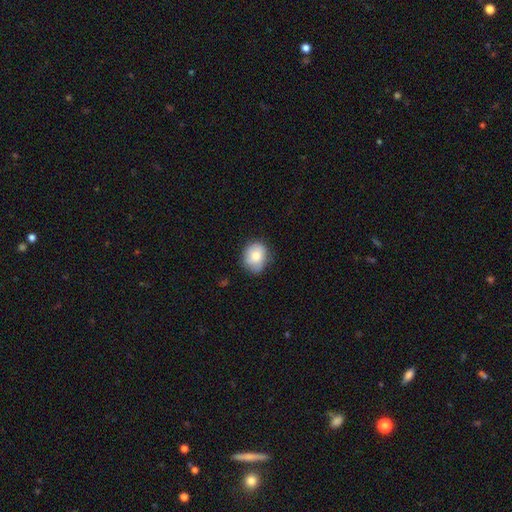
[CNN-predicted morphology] Overall: smooth (77%). How rounded: round (61%; in between 38%). Merging: none (70%).